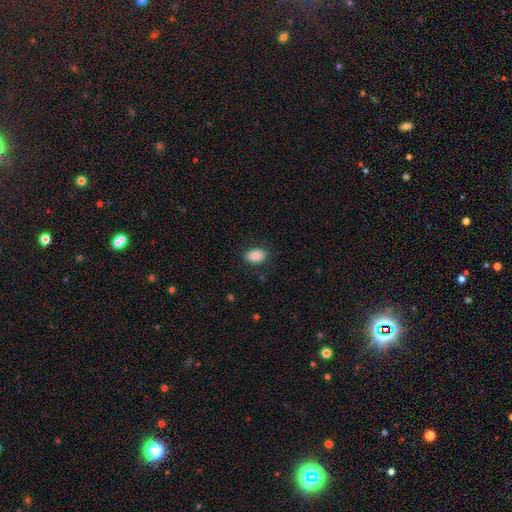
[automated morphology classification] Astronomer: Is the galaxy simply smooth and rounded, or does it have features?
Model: smooth — 84%.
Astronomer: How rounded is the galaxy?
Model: in between — 81%.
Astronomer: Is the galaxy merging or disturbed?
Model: none — 86%.